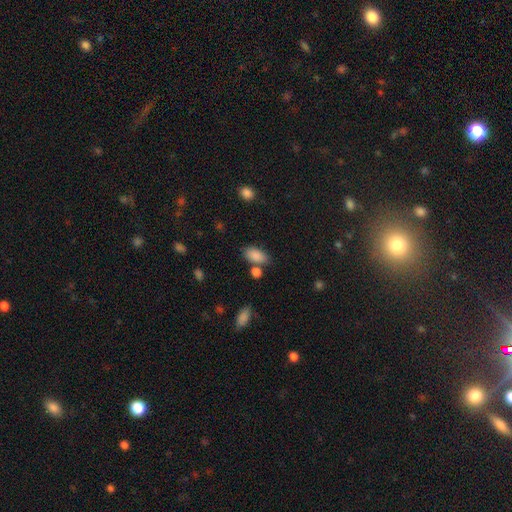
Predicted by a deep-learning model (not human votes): Smooth or featured?
  - smooth: 87% *
  - star or artifact: 8%
  - featured or disk: 5%
How rounded?
  - in between: 92% *
  - round: 4%
  - cigar-shaped: 4%
Merging?
  - none: 68% *
  - merger: 14%
  - minor disturbance: 14%
  - major disturbance: 4%